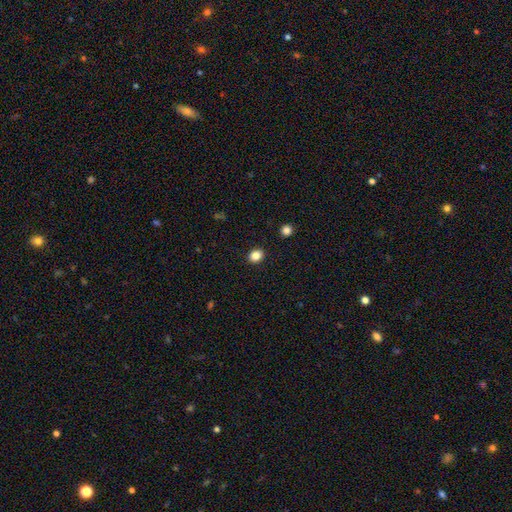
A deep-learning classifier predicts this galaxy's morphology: Smooth or featured?
  - smooth: 85% *
  - star or artifact: 11%
  - featured or disk: 4%
How rounded?
  - round: 53% *
  - in between: 46%
  - cigar-shaped: 1%
Merging?
  - none: 91% *
  - minor disturbance: 6%
  - major disturbance: 2%
  - merger: 1%